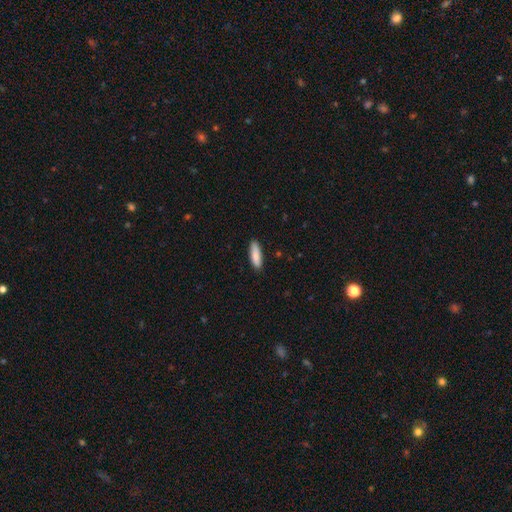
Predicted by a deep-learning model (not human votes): Q: Smooth or featured?
A: smooth (86%); runner-up: featured or disk (8%)
Q: How rounded?
A: cigar-shaped (54%); runner-up: in between (44%)
Q: Merging?
A: none (87%); runner-up: minor disturbance (10%)